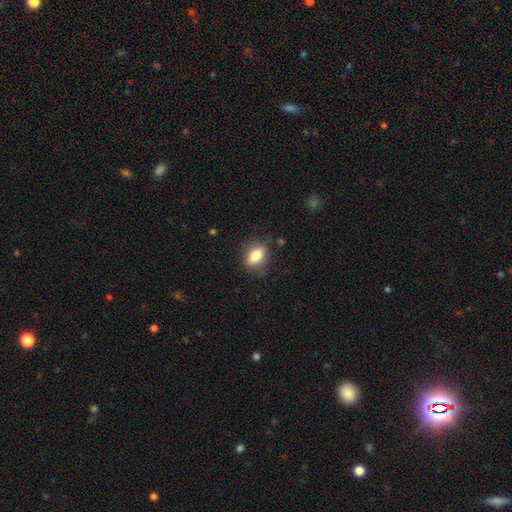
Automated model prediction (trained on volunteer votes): Smooth or featured? smooth (77%)
How rounded? in between (77%)
Merging? none (79%)